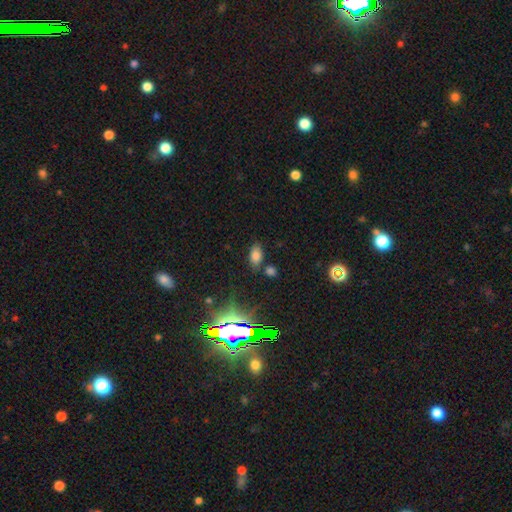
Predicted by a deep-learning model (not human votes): A smooth galaxy with no disk features (73%) that is in between round and cigar-shaped (89%). Merging: none (75%).